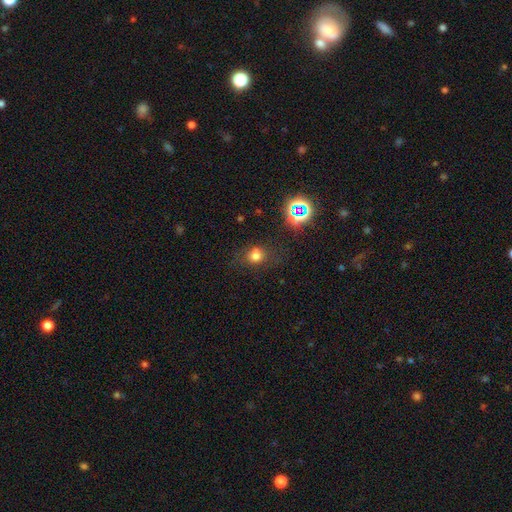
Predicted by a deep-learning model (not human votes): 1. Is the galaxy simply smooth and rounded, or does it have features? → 69% smooth, 22% star or artifact, 9% featured or disk.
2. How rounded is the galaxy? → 70% round, 29% in between, 1% cigar-shaped.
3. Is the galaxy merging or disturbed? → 64% none, 18% minor disturbance, 9% merger, 9% major disturbance.